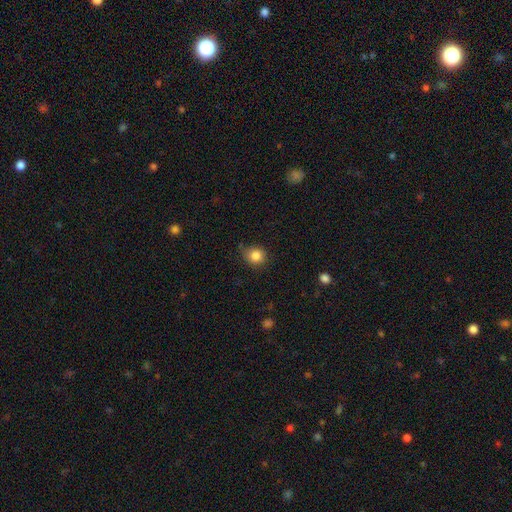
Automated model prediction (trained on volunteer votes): Morphology: type=smooth (84%); roundness=round (78%); merging=none (75%).